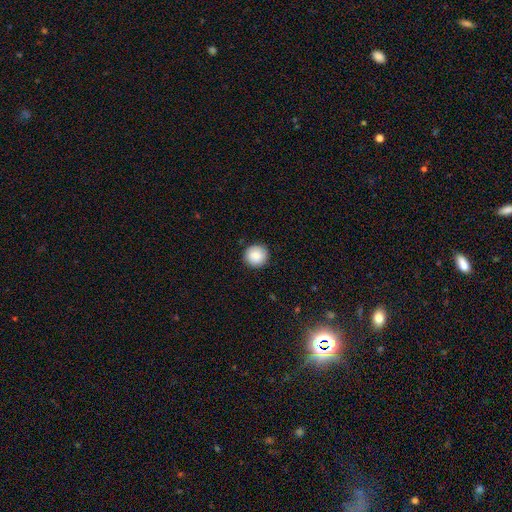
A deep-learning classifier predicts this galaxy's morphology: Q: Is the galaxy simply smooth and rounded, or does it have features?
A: smooth — 87%.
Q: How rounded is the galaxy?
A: round — 94%.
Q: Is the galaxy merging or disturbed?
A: none — 91%.